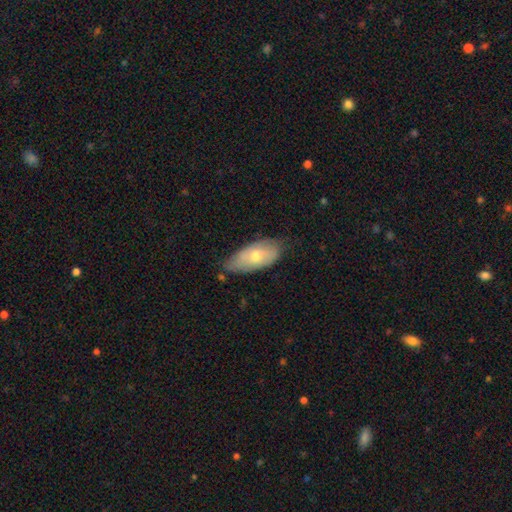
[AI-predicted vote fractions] The model was most divided on "smooth or featured": smooth: 59%, featured or disk: 34%, star or artifact: 7%. More confident: how rounded — in between (88%); merging — none (64%).